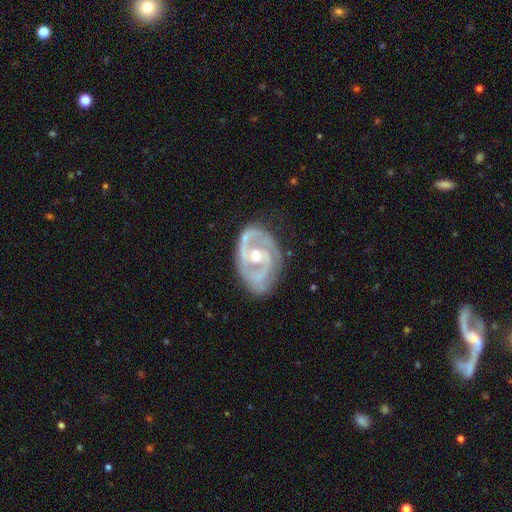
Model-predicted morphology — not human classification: featured or disk 90%, smooth 6%, star or artifact 4%. Down the decision tree: edge-on disk — no (97%); bar — no (47%); spiral arms — yes (95%); spiral arm count — 2 (75%); spiral winding — tight (45%, tied with medium); bulge size — moderate (67%); merging — none (68%).